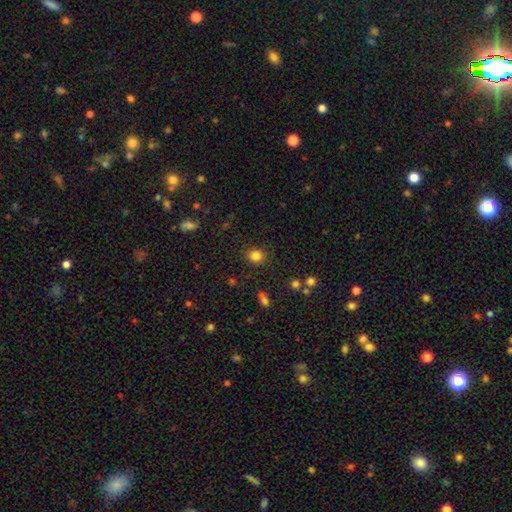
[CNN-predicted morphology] type=smooth (83%); roundness=round (71%); merging=none (86%).